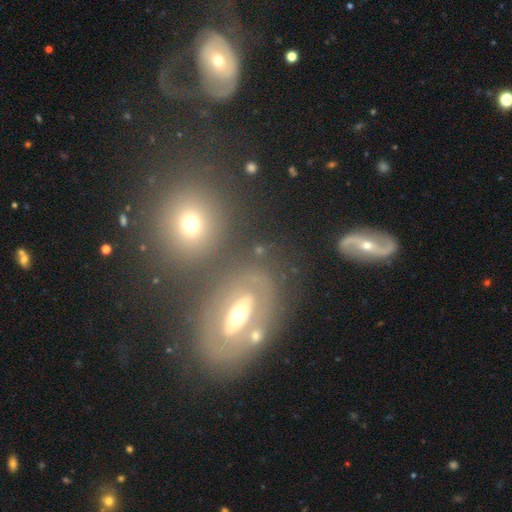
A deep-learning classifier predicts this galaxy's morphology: The model was most divided on "bar": weak: 39%, no: 37%, strong: 24%. More confident: edge-on disk — no (87%); merging — none (63%); bulge size — moderate (61%); smooth or featured — featured or disk (58%); spiral arms — yes (52%).